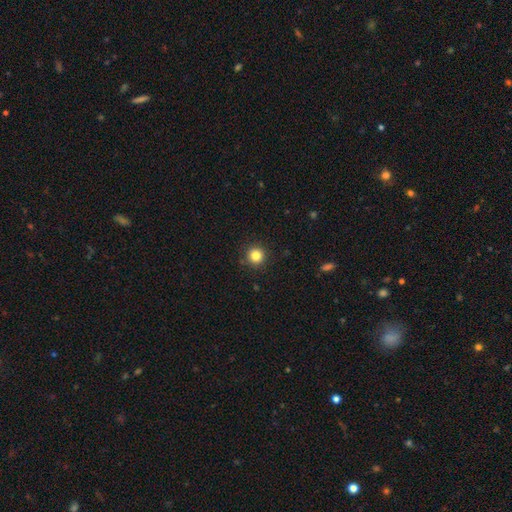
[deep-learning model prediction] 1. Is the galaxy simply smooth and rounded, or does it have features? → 83% smooth, 12% star or artifact, 5% featured or disk.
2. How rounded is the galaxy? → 95% round, 4% in between, 1% cigar-shaped.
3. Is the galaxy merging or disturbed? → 91% none, 6% minor disturbance, 2% major disturbance, 1% merger.